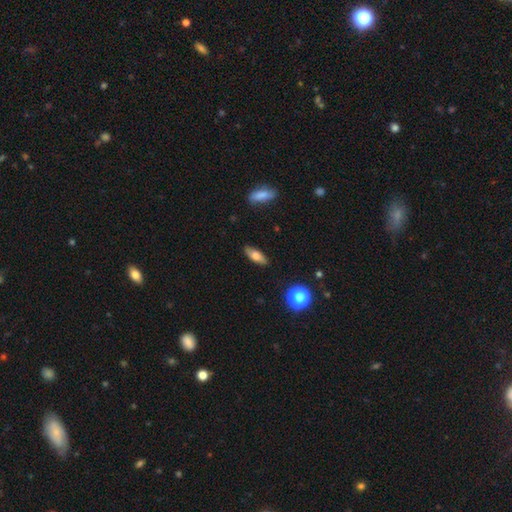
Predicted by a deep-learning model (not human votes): Morphology: type=smooth (68%); roundness=in between (66%); merging=none (86%).